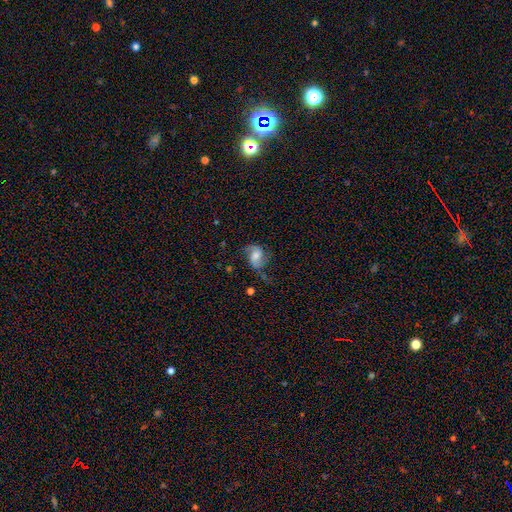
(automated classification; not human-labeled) Smooth or featured? featured or disk (69%)
Edge-on disk? no (97%)
Bar? no (47%)
Spiral arms? yes (93%)
Spiral winding? loose (45%)
Spiral arm count? 2 (86%)
Bulge size? moderate (45%)
Merging? none (58%)